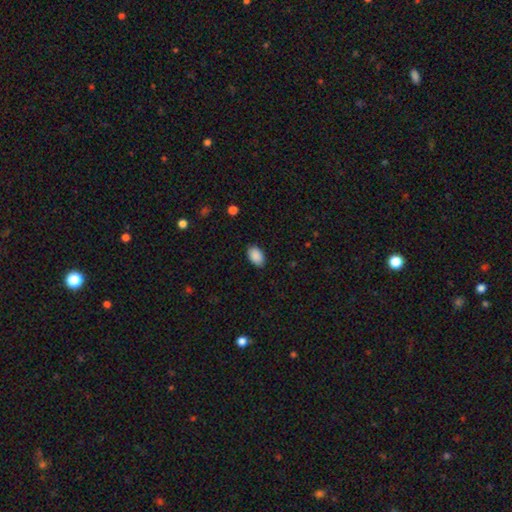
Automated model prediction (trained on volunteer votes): Smooth or featured?
  - smooth: 90% *
  - star or artifact: 7%
  - featured or disk: 3%
How rounded?
  - in between: 91% *
  - round: 8%
  - cigar-shaped: 1%
Merging?
  - none: 87% *
  - minor disturbance: 10%
  - major disturbance: 2%
  - merger: 1%